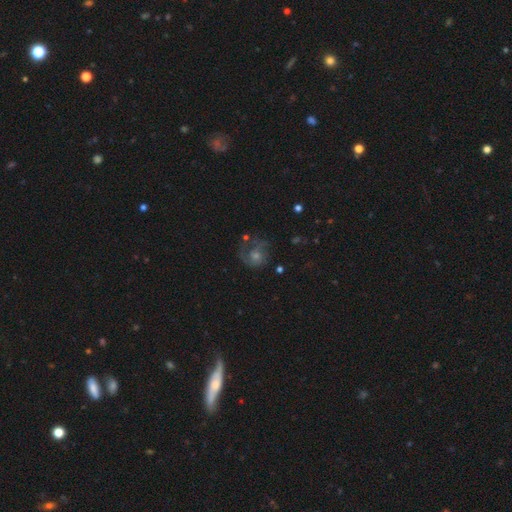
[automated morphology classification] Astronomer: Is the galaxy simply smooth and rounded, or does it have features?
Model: featured or disk — 56%.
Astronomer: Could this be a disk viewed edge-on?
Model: no — 97%.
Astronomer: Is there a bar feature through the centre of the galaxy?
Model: no — 80%.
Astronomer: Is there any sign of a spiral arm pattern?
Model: yes — 75%.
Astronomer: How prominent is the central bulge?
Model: moderate — 53% (runner-up: small, 32%).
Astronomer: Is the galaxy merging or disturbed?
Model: none — 52%.